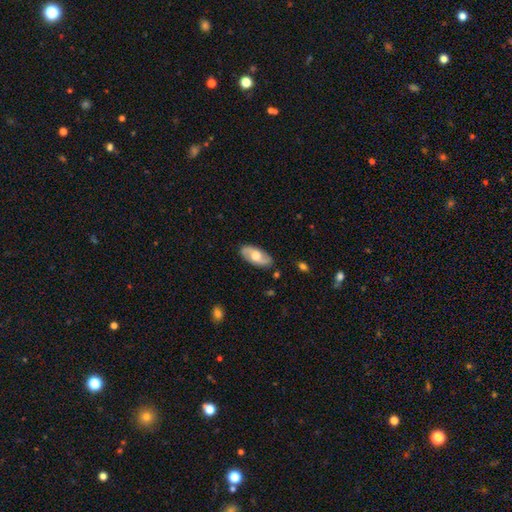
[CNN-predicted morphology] Overall: featured or disk (57%; smooth 38%). Edge-on disk: no (87%). Merging: none (85%).